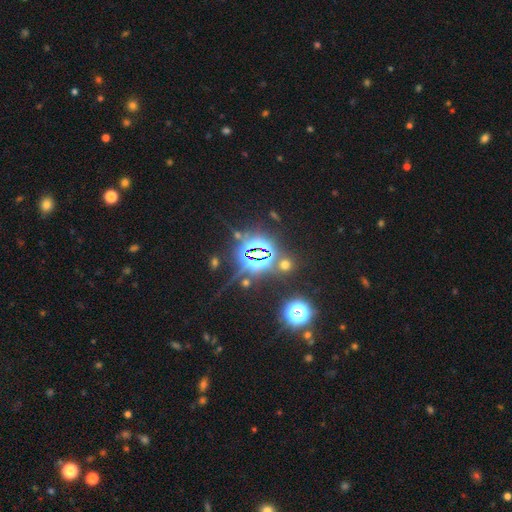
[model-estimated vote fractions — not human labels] This appears to be a star or artifact, not a galaxy (80%).